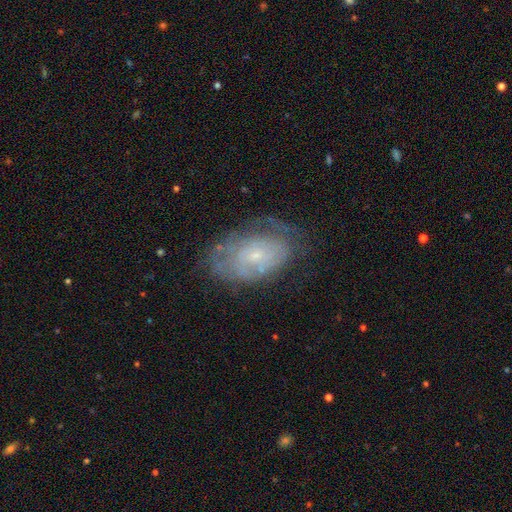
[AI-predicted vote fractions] A featured or disk galaxy (61%) with no bar (79%), spiral arms (60%) and a small central bulge (74%).

Vote fractions:
- Smooth or featured? featured or disk: 61% / smooth: 30% / star or artifact: 9%
- Edge-on disk? no: 95% / yes: 5%
- Bar? no: 79% / weak: 18% / strong: 3%
- Spiral arms? yes: 60% / no: 40%
- Bulge size? small: 74% / moderate: 19% / none: 4% / large: 2% / dominant: 1%
- Merging? none: 58% / minor disturbance: 26% / major disturbance: 14% / merger: 2%